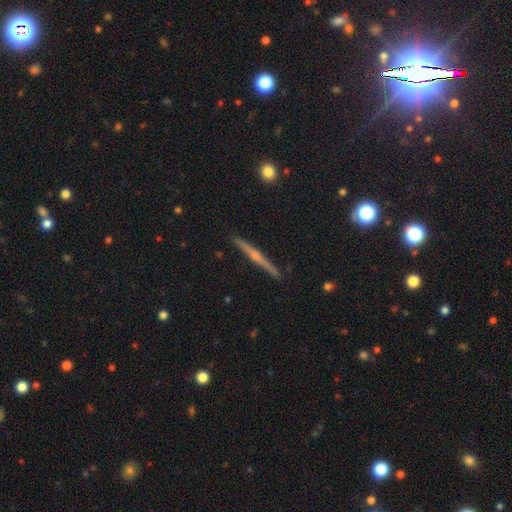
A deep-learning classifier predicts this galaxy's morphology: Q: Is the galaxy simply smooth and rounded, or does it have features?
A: featured or disk — 75%.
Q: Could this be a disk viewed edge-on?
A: yes — 98%.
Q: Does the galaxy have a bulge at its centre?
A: rounded — 75%.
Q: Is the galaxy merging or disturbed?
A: none — 92%.